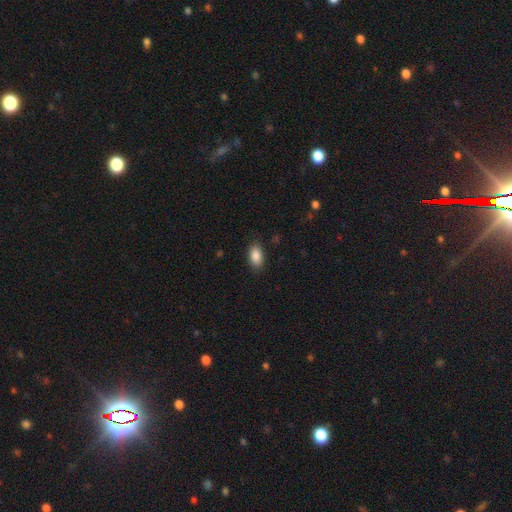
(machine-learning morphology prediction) Smooth or featured?
  - smooth: 88% *
  - star or artifact: 7%
  - featured or disk: 5%
How rounded?
  - in between: 93% *
  - round: 5%
  - cigar-shaped: 3%
Merging?
  - none: 87% *
  - minor disturbance: 10%
  - major disturbance: 3%
  - merger: 1%